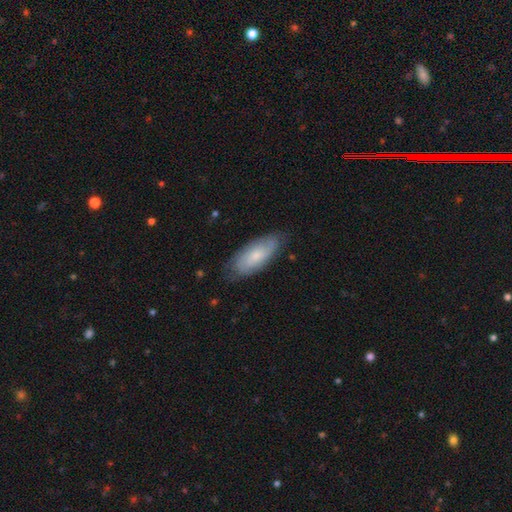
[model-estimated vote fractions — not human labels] The model was most divided on "smooth or featured": smooth: 49%, featured or disk: 45%, star or artifact: 7%. More confident: merging — none (75%).